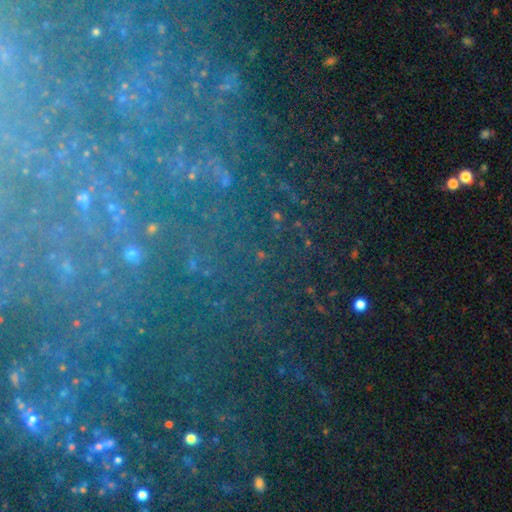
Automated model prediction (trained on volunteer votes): smooth_or_featured: star or artifact (p=0.59) [alt: featured or disk p=0.28]